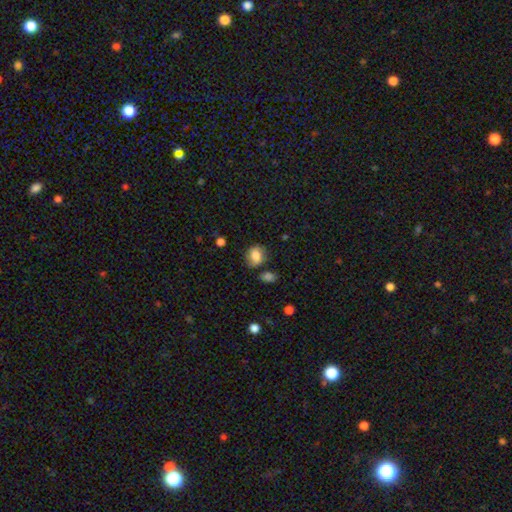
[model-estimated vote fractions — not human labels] Smooth or featured? Predicted: smooth (p=0.78). How rounded? Predicted: in between (p=0.54). Merging? Predicted: none (p=0.63).